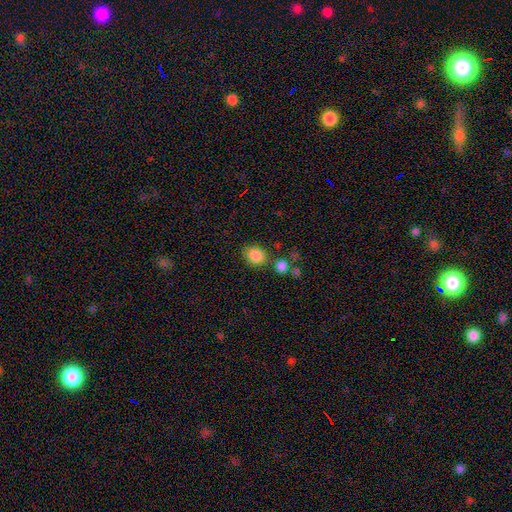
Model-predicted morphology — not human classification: A smooth galaxy with no disk features (86%) that is round (73%).

Vote fractions:
- Smooth or featured? smooth: 86% / star or artifact: 10% / featured or disk: 5%
- How rounded? round: 73% / in between: 26% / cigar-shaped: 1%
- Merging? none: 77% / minor disturbance: 11% / merger: 8% / major disturbance: 4%